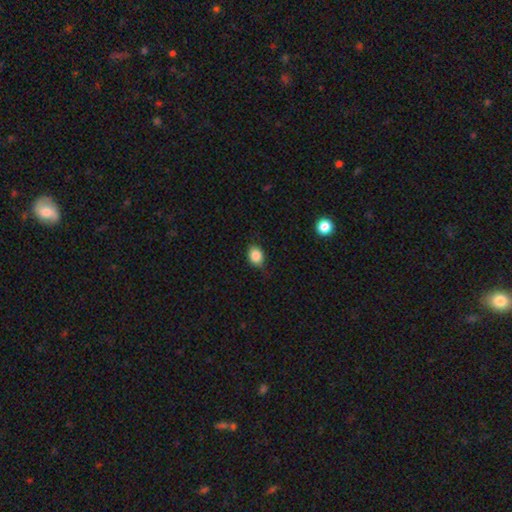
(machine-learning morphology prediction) smooth 85%, star or artifact 9%, featured or disk 6%. Down the decision tree: how rounded — in between (57%); merging — none (76%).